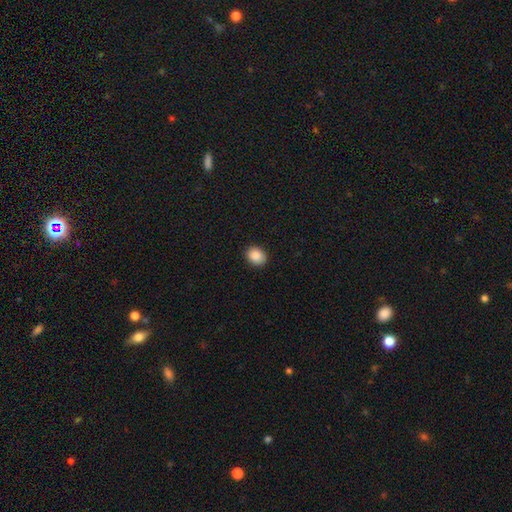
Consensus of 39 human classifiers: Morphology: type=smooth (95%); roundness=round (59%); merging=none (86%).